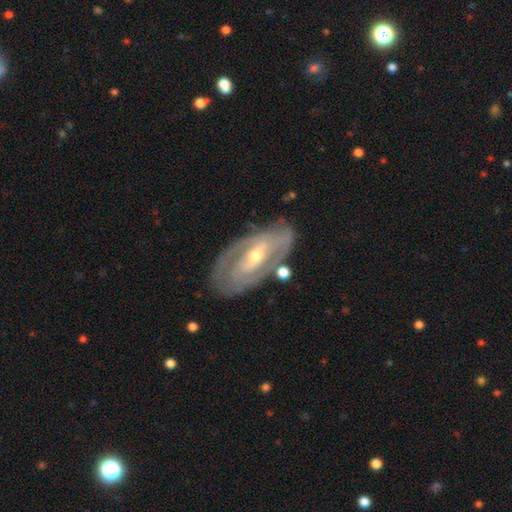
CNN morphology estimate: featured or disk 79%, smooth 14%, star or artifact 6%. Down the decision tree: edge-on disk — no (90%); bar — weak (38%); spiral arms — yes (78%); spiral arm count — 2 (45%); spiral winding — tight (63%); bulge size — small (50%); merging — none (74%).